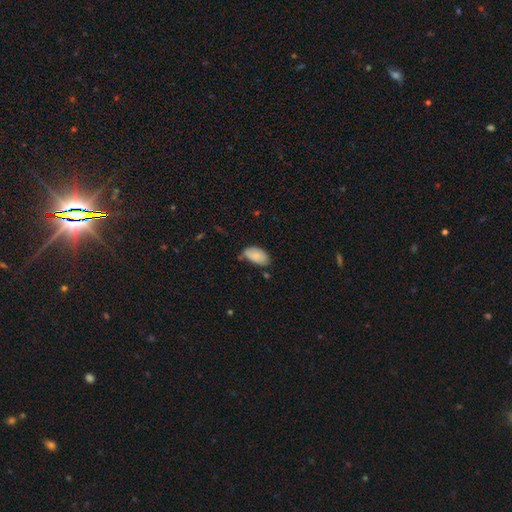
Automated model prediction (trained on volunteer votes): Morphology: type=smooth (86%); roundness=in between (95%); merging=none (59%).